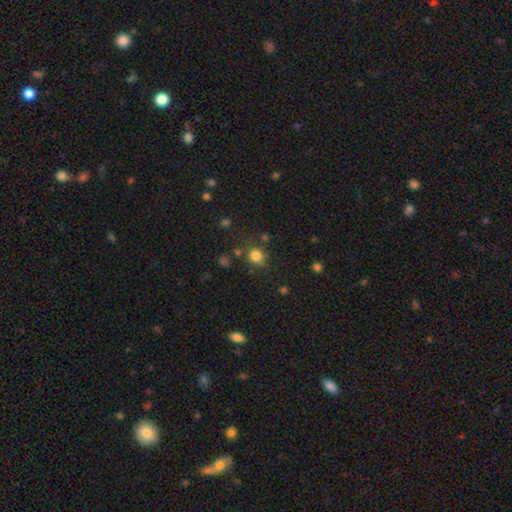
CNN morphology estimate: A smooth galaxy with no disk features (81%) that is round (81%).

Vote fractions:
- Smooth or featured? smooth: 81% / star or artifact: 13% / featured or disk: 6%
- How rounded? round: 81% / in between: 18% / cigar-shaped: 1%
- Merging? none: 76% / minor disturbance: 13% / merger: 6% / major disturbance: 5%